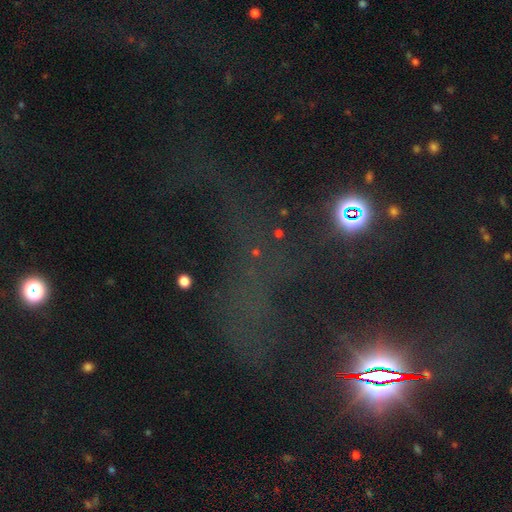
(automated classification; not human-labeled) Overall: star or artifact (67%).